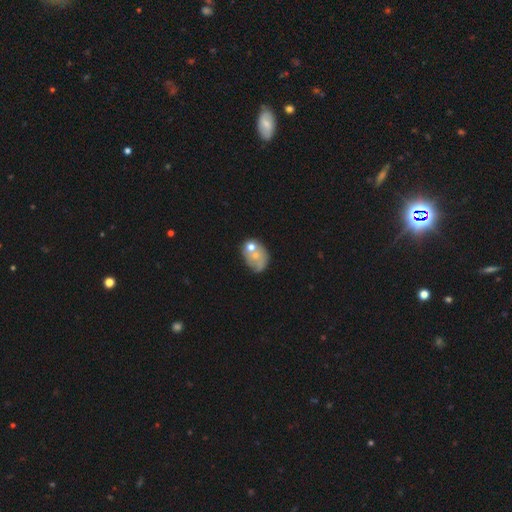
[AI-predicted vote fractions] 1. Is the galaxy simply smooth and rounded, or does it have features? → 54% smooth, 36% featured or disk, 10% star or artifact.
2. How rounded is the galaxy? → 67% in between, 32% round, 1% cigar-shaped.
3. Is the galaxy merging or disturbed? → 32% merger (tied), 32% none (tied), 20% minor disturbance, 15% major disturbance.